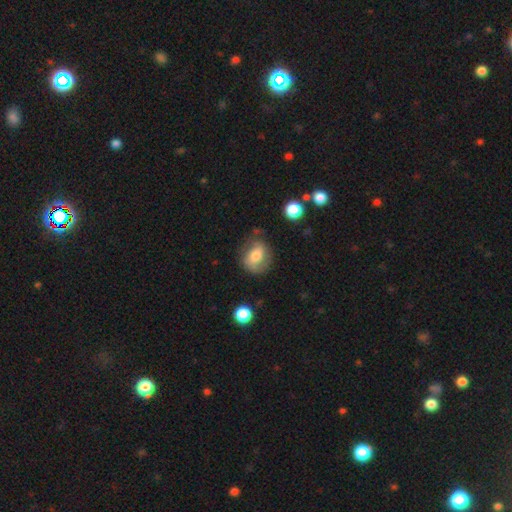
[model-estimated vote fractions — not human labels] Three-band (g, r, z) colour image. It shows a smooth galaxy with no disk features (62%) that is in between round and cigar-shaped (52%). Merging: none (64%).